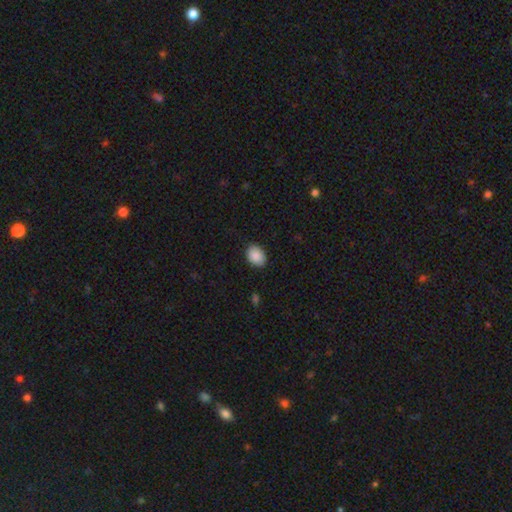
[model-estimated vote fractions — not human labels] smooth_or_featured: smooth (p=0.89) [alt: star or artifact p=0.07]
how_rounded: in between (p=0.71) [alt: round p=0.28]
merging: none (p=0.87) [alt: minor disturbance p=0.10]